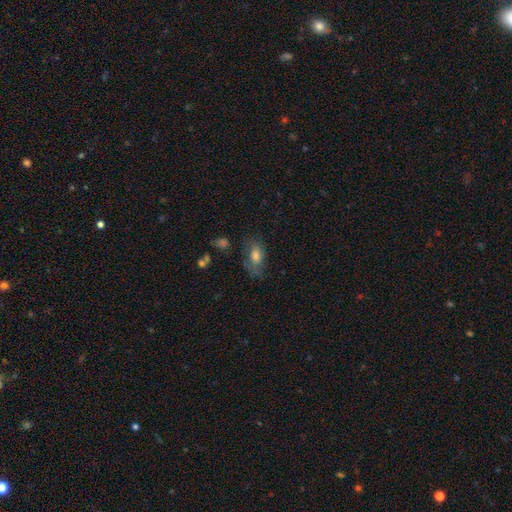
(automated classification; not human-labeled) A smooth galaxy with no disk features (67%) that is in between round and cigar-shaped (85%). Merging: none (58%).